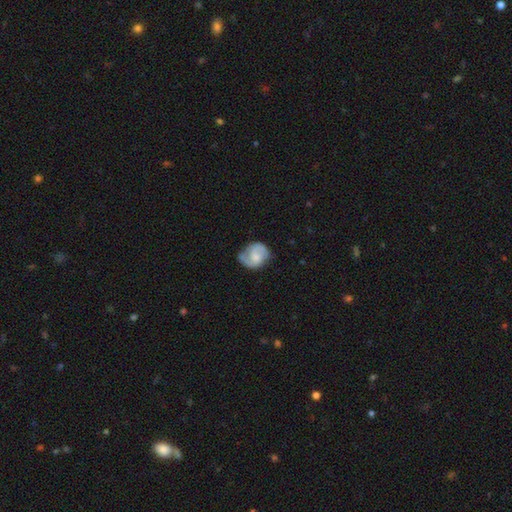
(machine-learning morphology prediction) This is likely a featured or disk galaxy (68%). It is clearly not viewed edge-on (98%). Bar: possibly no (53%). Spiral arm pattern: clearly yes (92%). Spiral arm count: clearly 2 (82%). Spiral winding: possibly medium (48%). Central bulge: marginally moderate (36%). Merging: likely none (64%).